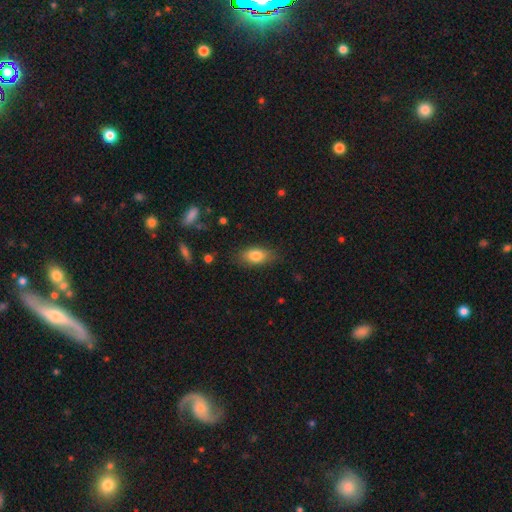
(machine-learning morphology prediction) Smooth or featured? Predicted: smooth (p=0.80). How rounded? Predicted: in between (p=0.86). Merging? Predicted: none (p=0.81).